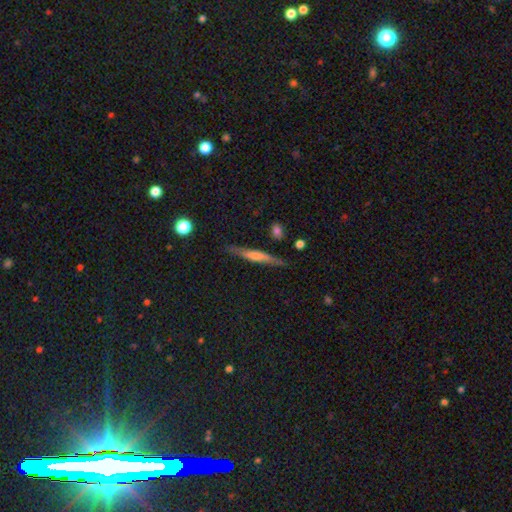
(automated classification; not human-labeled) featured or disk 51%, smooth 41%, star or artifact 8%. Down the decision tree: edge-on disk — yes (93%); merging — none (83%).